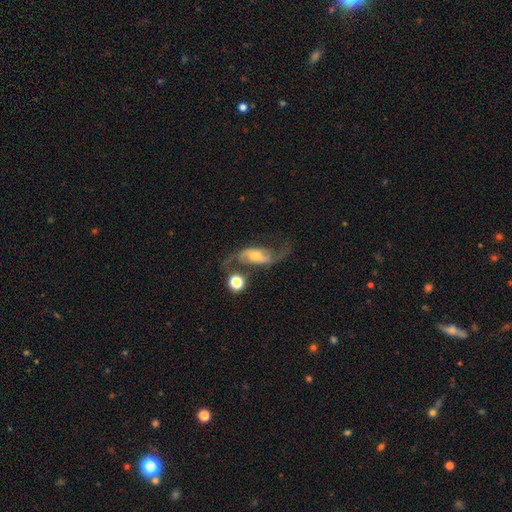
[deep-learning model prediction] This is clearly a featured or disk galaxy (85%). It is clearly not viewed edge-on (95%). Bar: marginally weak (39%, tied with no). Spiral arm pattern: clearly yes (95%). Spiral arm count: clearly 2 (92%). Spiral winding: likely loose (74%). Central bulge: possibly moderate (56%). Merging: possibly none (60%).